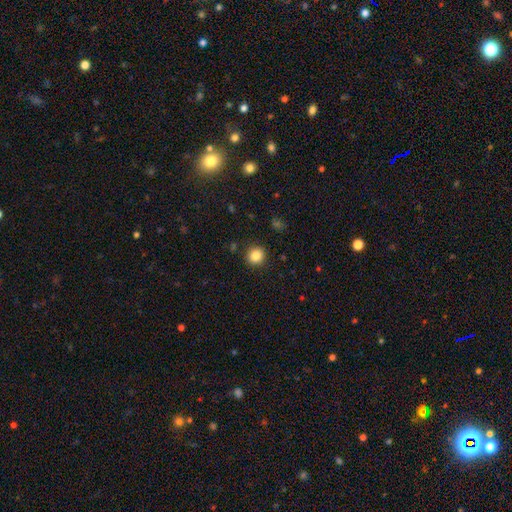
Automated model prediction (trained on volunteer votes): This is clearly a smooth galaxy (85%). How rounded: clearly round (88%). Merging: clearly none (90%).